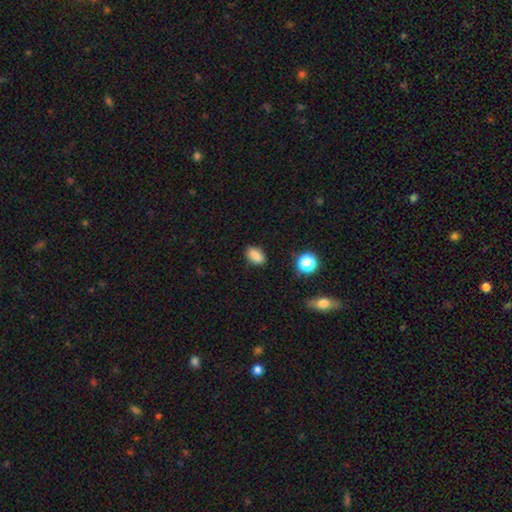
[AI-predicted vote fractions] smooth 84%, star or artifact 11%, featured or disk 5%. Down the decision tree: how rounded — in between (84%); merging — none (85%).